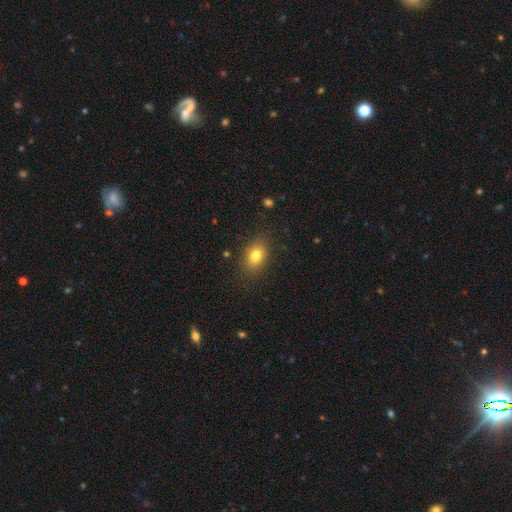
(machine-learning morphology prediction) The model was most divided on "how rounded": in between: 74%, round: 24%, cigar-shaped: 2%. More confident: merging — none (84%); smooth or featured — smooth (79%).